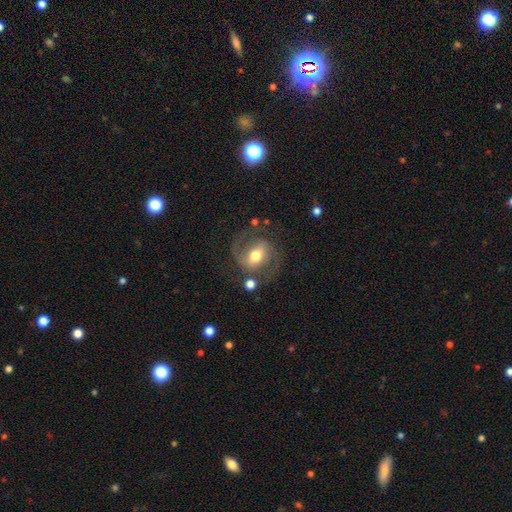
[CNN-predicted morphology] Smooth or featured? Predicted: featured or disk (p=0.79). Edge-on disk? Predicted: no (p=0.97). Bar? Predicted: weak (p=0.45). Spiral arms? Predicted: yes (p=0.93). Spiral winding? Predicted: medium (p=0.57). Spiral arm count? Predicted: 2 (p=0.88). Bulge size? Predicted: moderate (p=0.70). Merging? Predicted: none (p=0.67).